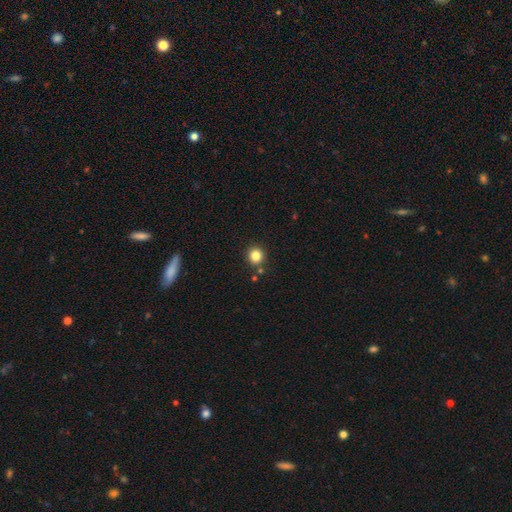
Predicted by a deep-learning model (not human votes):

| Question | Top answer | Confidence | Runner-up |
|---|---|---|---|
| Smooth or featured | smooth | 83% | star or artifact (12%) |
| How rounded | round | 91% | in between (8%) |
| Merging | none | 85% | minor disturbance (7%) |